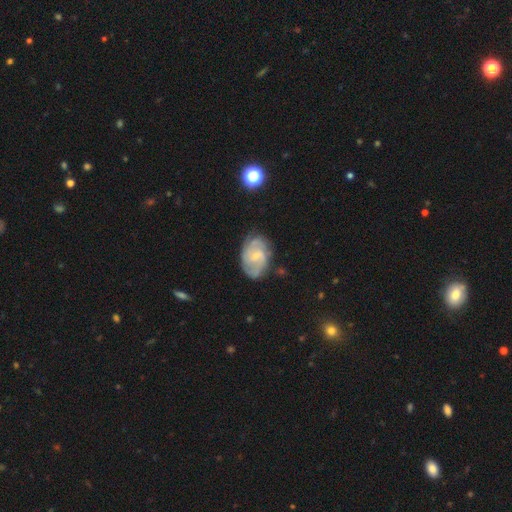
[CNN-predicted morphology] Smooth or featured?
  - featured or disk: 77% *
  - smooth: 17%
  - star or artifact: 6%
Edge-on disk?
  - no: 97% *
  - yes: 3%
Bar?
  - weak: 55% *
  - no: 35%
  - strong: 10%
Spiral arms?
  - yes: 93% *
  - no: 7%
Spiral winding?
  - medium: 44% *
  - tight: 42%
  - loose: 15%
Spiral arm count?
  - 2: 49% *
  - can't tell: 24%
  - 3: 16%
  - 4: 4%
  - 1: 4%
  - more than 4: 3%
Bulge size?
  - small: 64% *
  - moderate: 24%
  - none: 10%
  - large: 1%
  - dominant: 1%
Merging?
  - none: 70% *
  - minor disturbance: 21%
  - major disturbance: 7%
  - merger: 2%